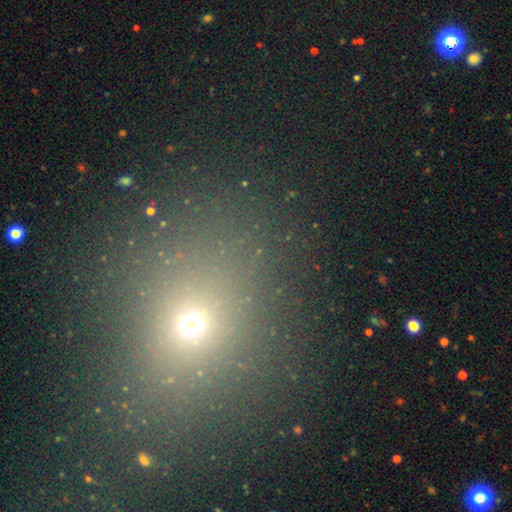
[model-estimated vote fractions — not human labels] Smooth or featured?
  - smooth: 49% *
  - star or artifact: 41%
  - featured or disk: 9%
Merging?
  - none: 82% *
  - minor disturbance: 9%
  - major disturbance: 5%
  - merger: 4%